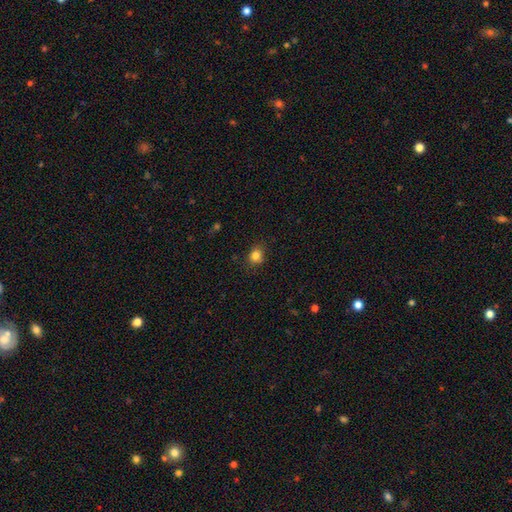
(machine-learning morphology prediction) smooth 83%, star or artifact 12%, featured or disk 5%. Down the decision tree: how rounded — round (69%); merging — none (81%).